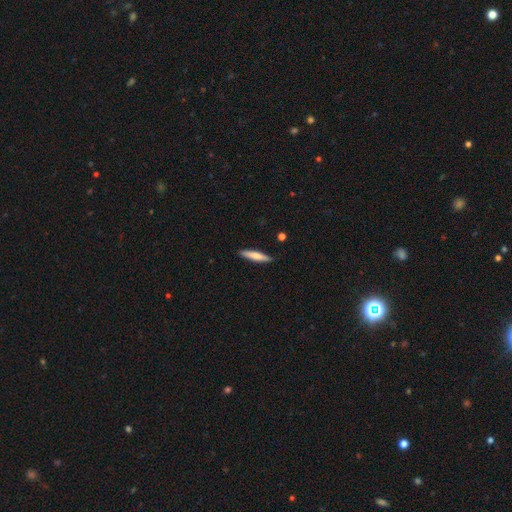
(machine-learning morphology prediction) Overall: smooth (67%; featured or disk 28%). How rounded: cigar-shaped (87%). Merging: none (88%).